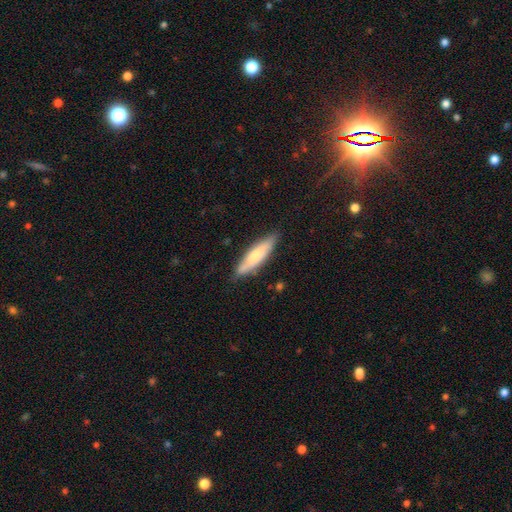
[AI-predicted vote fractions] A smooth galaxy with no disk features (64%) that is cigar-shaped (72%). Merging: none (80%).